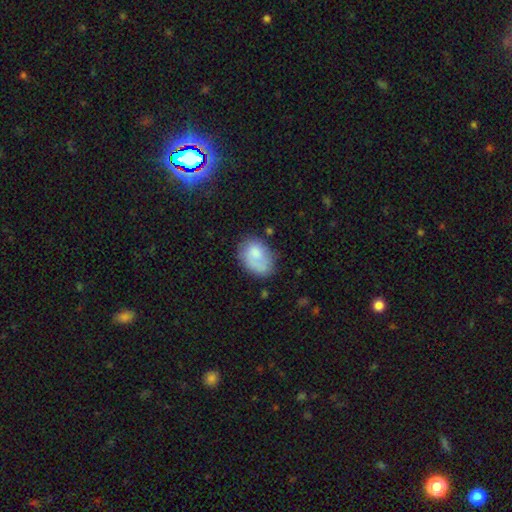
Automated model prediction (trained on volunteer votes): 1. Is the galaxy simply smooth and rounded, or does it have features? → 73% smooth, 20% featured or disk, 7% star or artifact.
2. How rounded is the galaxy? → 78% in between, 20% round, 1% cigar-shaped.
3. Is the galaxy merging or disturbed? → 53% none, 27% minor disturbance, 13% major disturbance, 7% merger.